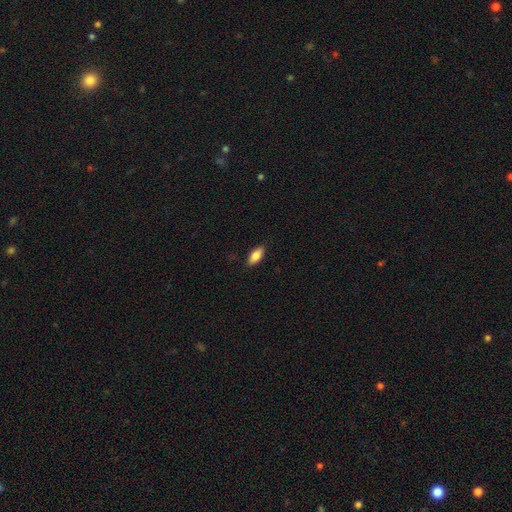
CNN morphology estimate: Smooth or featured: smooth — 81% (featured or disk — 12%)
How rounded: in between — 85% (cigar-shaped — 12%)
Merging: none — 87% (minor disturbance — 10%)